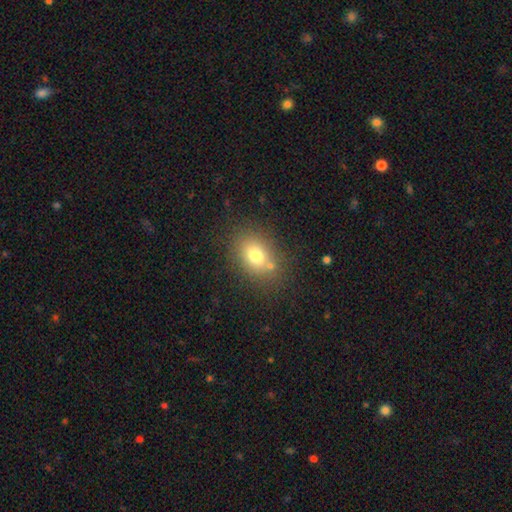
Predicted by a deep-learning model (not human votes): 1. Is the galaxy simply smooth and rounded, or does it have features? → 75% smooth, 13% featured or disk, 12% star or artifact.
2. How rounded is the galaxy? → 64% in between, 35% round, 1% cigar-shaped.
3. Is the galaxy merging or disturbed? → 75% none, 13% minor disturbance, 8% merger, 4% major disturbance.